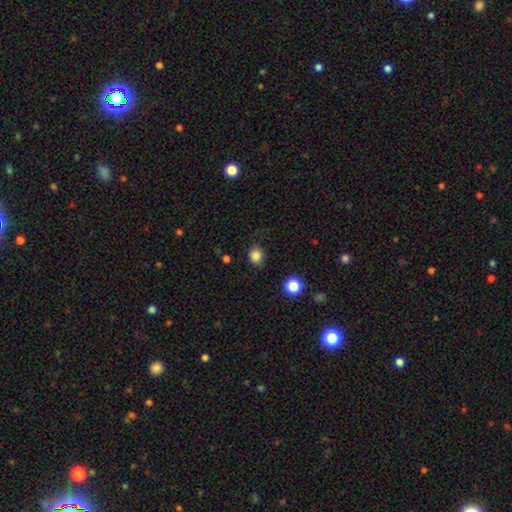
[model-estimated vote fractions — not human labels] Q: Smooth or featured?
A: smooth (84%); runner-up: star or artifact (12%)
Q: How rounded?
A: round (76%); runner-up: in between (23%)
Q: Merging?
A: none (82%); runner-up: minor disturbance (13%)